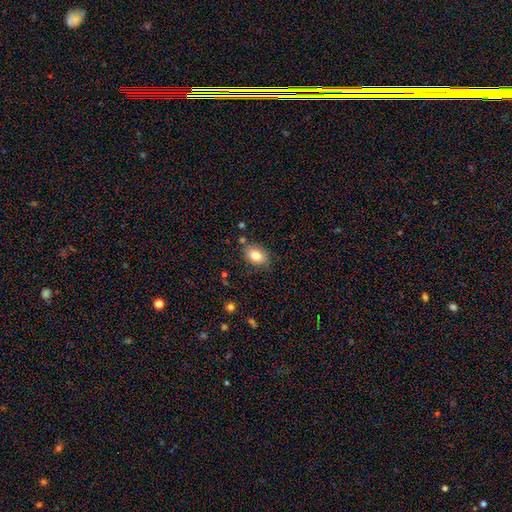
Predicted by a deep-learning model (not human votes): Smooth or featured? Predicted: smooth (p=0.81). How rounded? Predicted: in between (p=0.77). Merging? Predicted: none (p=0.76).